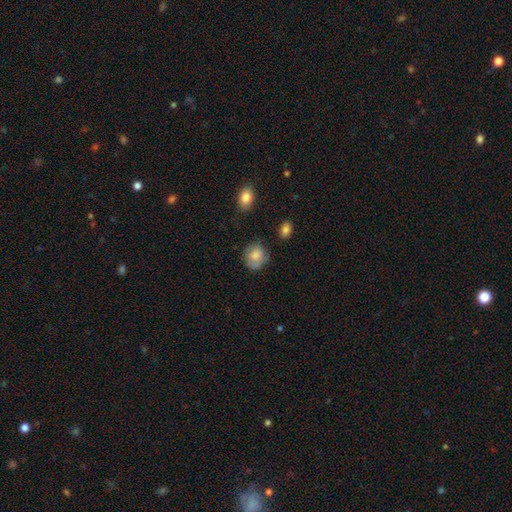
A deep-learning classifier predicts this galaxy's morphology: This appears to be a smooth galaxy with no disk features (78%) that is round (71%). Merging: none (70%).